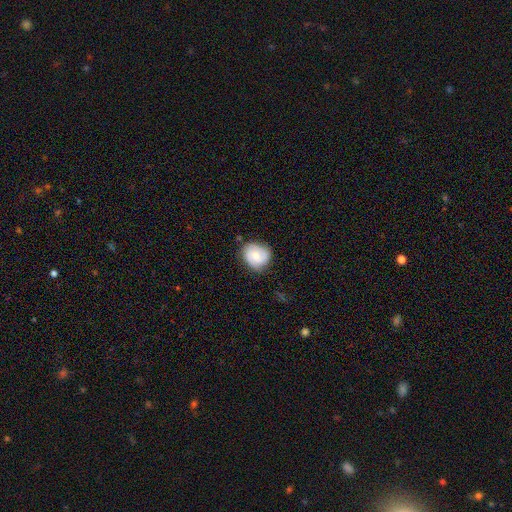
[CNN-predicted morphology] Smooth or featured: smooth — 51% (featured or disk — 42%)
How rounded: round — 74% (in between — 25%)
Merging: none — 70% (minor disturbance — 23%)